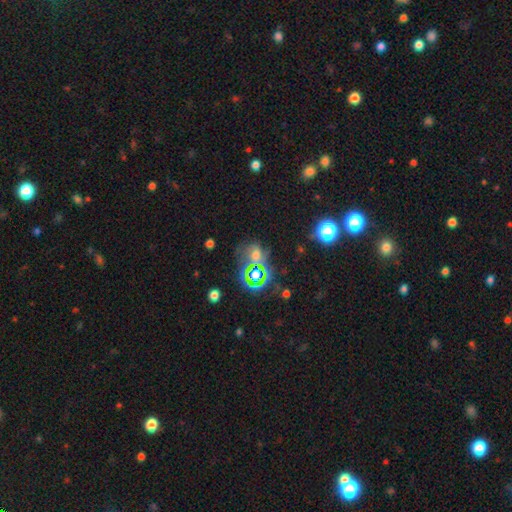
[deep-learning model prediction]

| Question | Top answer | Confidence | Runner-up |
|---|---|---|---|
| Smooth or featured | star or artifact | 51% | smooth (29%) |